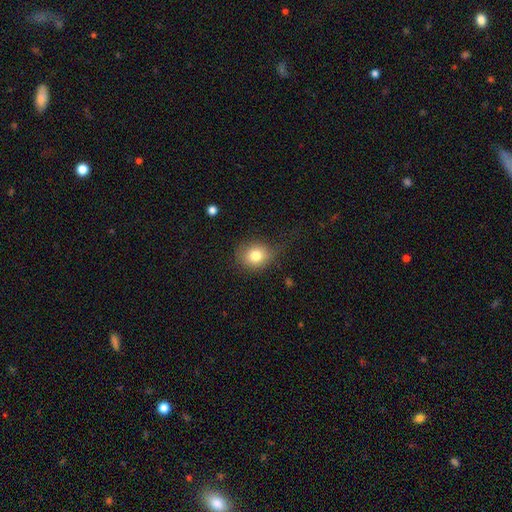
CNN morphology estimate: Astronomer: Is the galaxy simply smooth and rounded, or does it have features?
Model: smooth — 79%.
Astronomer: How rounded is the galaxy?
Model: round — 68%.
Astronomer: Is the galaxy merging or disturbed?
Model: none — 62%.